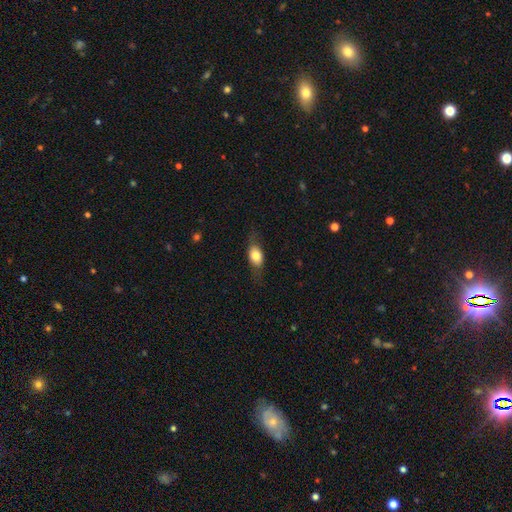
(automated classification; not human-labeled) Smooth or featured? smooth (69%)
How rounded? in between (76%)
Merging? none (71%)